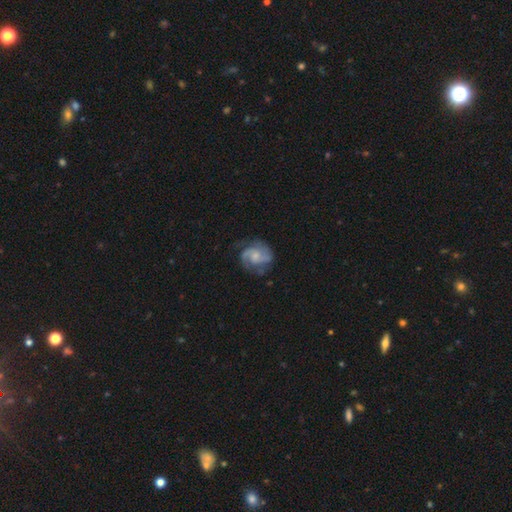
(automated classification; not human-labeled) A featured or disk galaxy (79%) with no bar (58%), 2 (71%) medium (50%) spiral arms (94%) and a small central bulge (46%). Merging: none (67%).